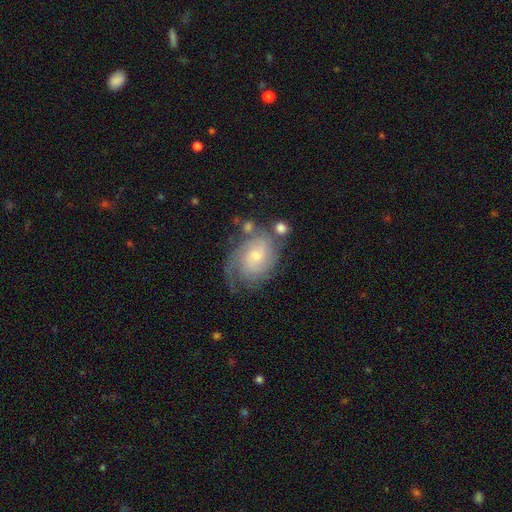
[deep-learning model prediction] This is likely a featured or disk galaxy (77%). It is clearly not viewed edge-on (97%). Bar: likely no (68%). Spiral arm pattern: clearly yes (93%). Spiral arm count: marginally can't tell (39%). Spiral winding: possibly tight (56%). Central bulge: likely small (61%). Merging: possibly none (56%).